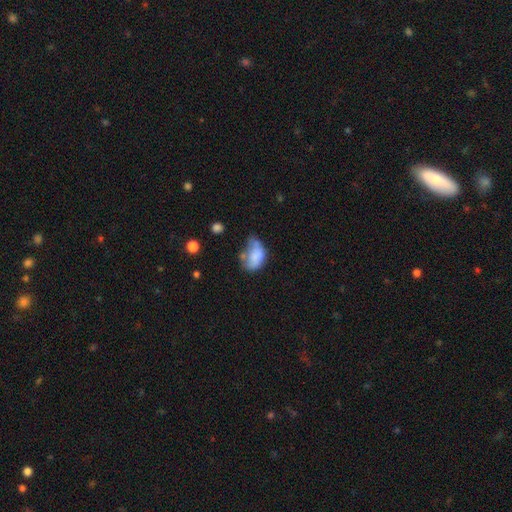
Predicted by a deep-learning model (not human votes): Smooth or featured: smooth — 66% (featured or disk — 25%)
How rounded: in between — 85% (round — 13%)
Merging: minor disturbance — 34% (major disturbance — 28%)